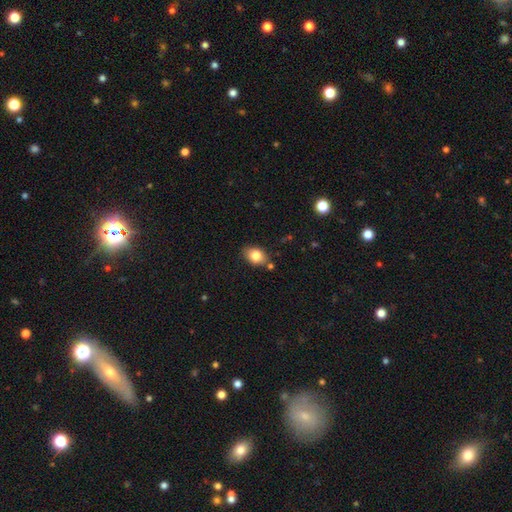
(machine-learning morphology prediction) Smooth or featured: smooth — 81% (featured or disk — 10%)
How rounded: in between — 70% (round — 28%)
Merging: none — 77% (minor disturbance — 14%)